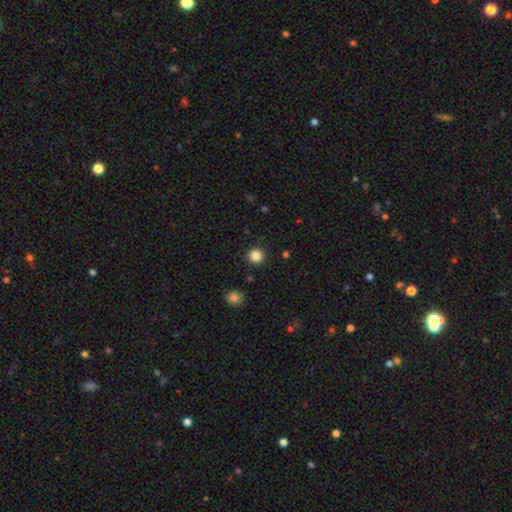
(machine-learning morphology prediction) Smooth or featured: smooth — 85% (star or artifact — 11%)
How rounded: round — 95% (in between — 4%)
Merging: none — 92% (minor disturbance — 5%)